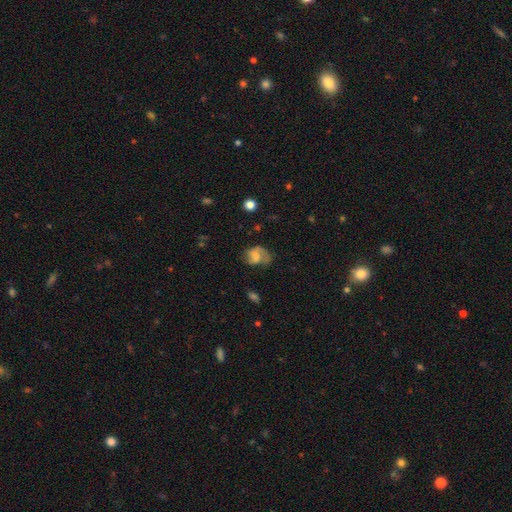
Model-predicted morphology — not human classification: smooth_or_featured: featured or disk (p=0.51) [alt: smooth p=0.39]
disk_edge_on: no (p=0.97) [alt: yes p=0.03]
merging: none (p=0.47) [alt: minor disturbance p=0.26]